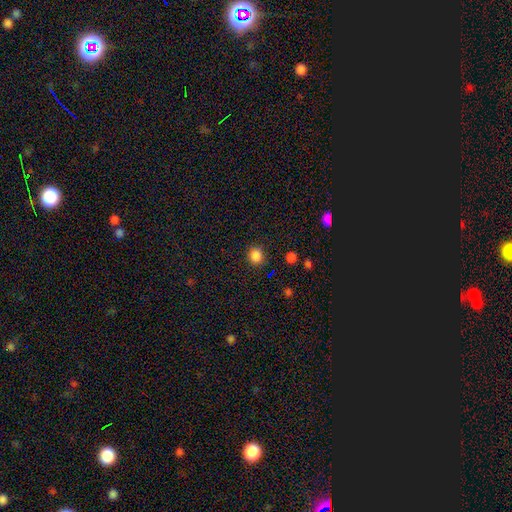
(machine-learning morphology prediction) This appears to be a smooth galaxy with no disk features (84%) that is round (85%). Merging: none (88%).